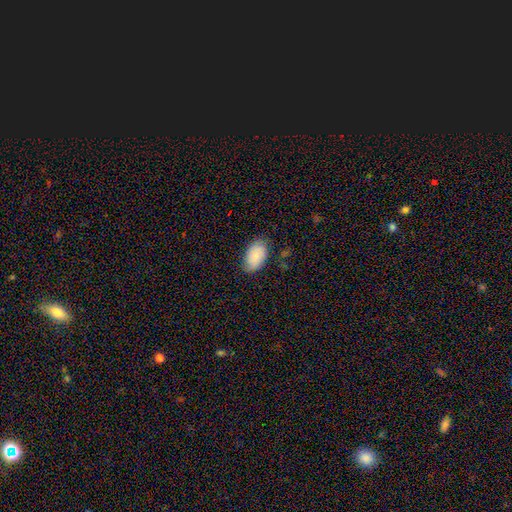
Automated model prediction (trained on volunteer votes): smooth_or_featured: smooth (p=0.83) [alt: featured or disk p=0.10]
how_rounded: in between (p=0.94) [alt: round p=0.05]
merging: none (p=0.78) [alt: minor disturbance p=0.17]